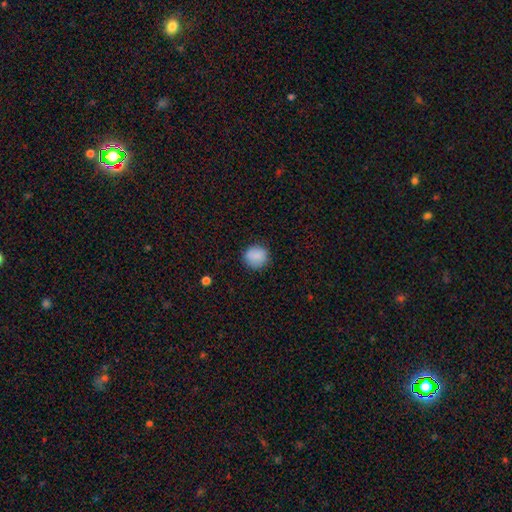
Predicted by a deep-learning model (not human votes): Smooth or featured? Predicted: smooth (p=0.87). How rounded? Predicted: round (p=0.88). Merging? Predicted: none (p=0.87).